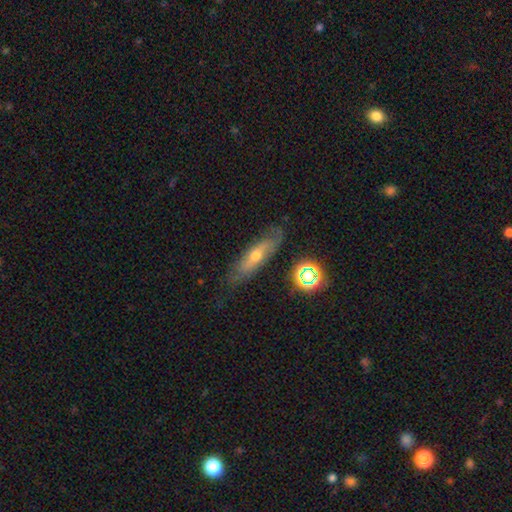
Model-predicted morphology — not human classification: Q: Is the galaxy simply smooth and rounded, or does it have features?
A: featured or disk — 50%.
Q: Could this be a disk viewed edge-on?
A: no — 53%.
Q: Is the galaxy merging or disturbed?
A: none — 70%.